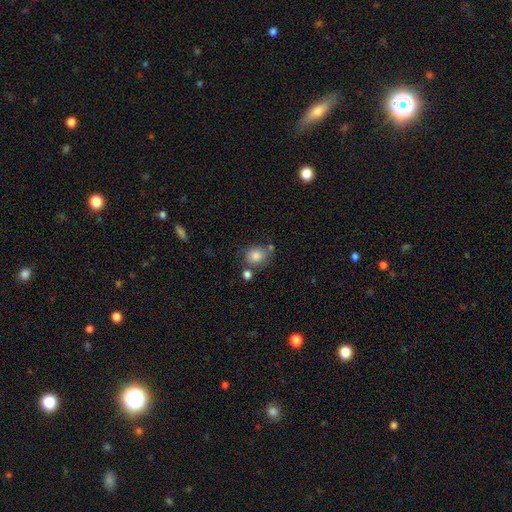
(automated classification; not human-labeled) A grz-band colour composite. It shows a smooth galaxy with no disk features (83%) that is round (69%). Merging: none (63%).